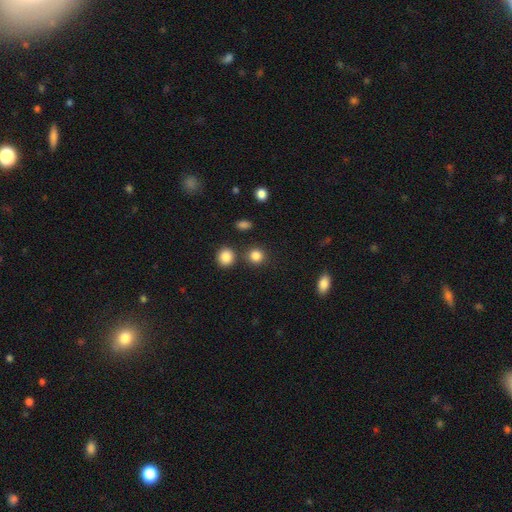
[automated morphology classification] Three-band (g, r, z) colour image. It shows a smooth galaxy with no disk features (85%) that is round (87%). Merging: none (82%).